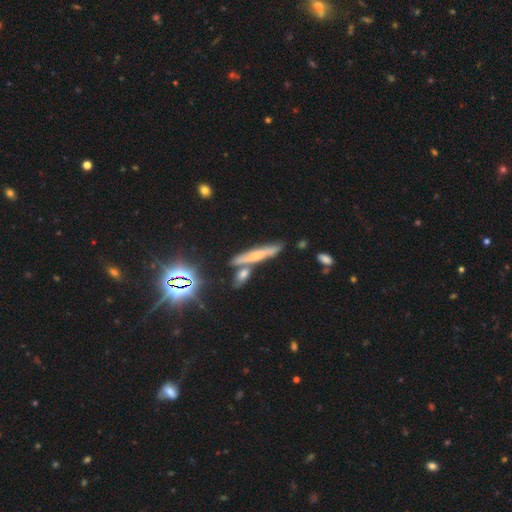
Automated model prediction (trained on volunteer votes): This is marginally a smooth galaxy (42%). Merging: likely none (66%).